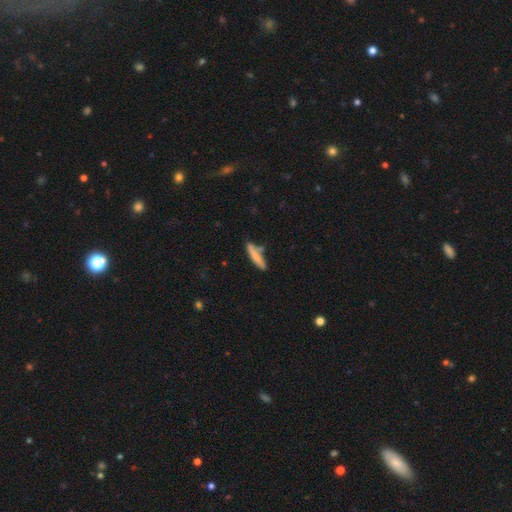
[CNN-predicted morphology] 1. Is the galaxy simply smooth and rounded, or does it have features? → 70% smooth, 24% featured or disk, 6% star or artifact.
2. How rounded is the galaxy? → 84% cigar-shaped, 14% in between, 2% round.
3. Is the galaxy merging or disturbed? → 63% none, 20% minor disturbance, 13% merger, 5% major disturbance.